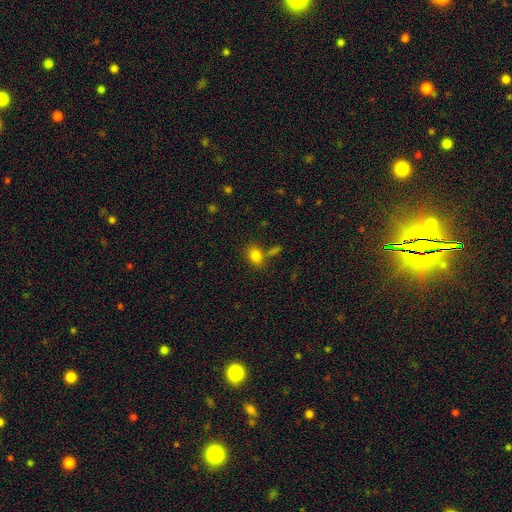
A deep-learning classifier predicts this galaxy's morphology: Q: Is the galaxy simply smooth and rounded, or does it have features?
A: smooth — 82%.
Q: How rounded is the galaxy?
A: in between — 70%.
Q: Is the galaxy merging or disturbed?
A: none — 66%.